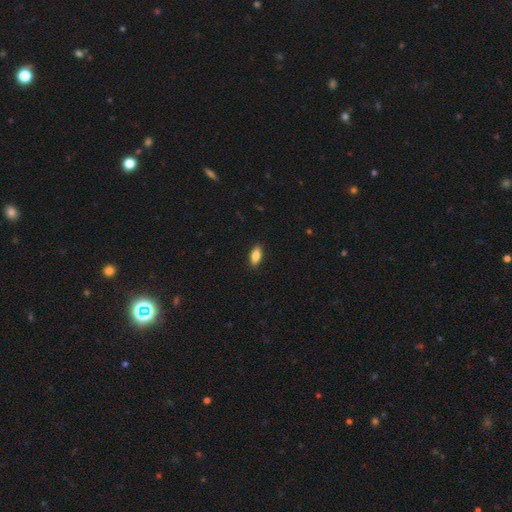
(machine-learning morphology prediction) smooth 83%, featured or disk 10%, star or artifact 7%. Down the decision tree: how rounded — in between (85%); merging — none (89%).